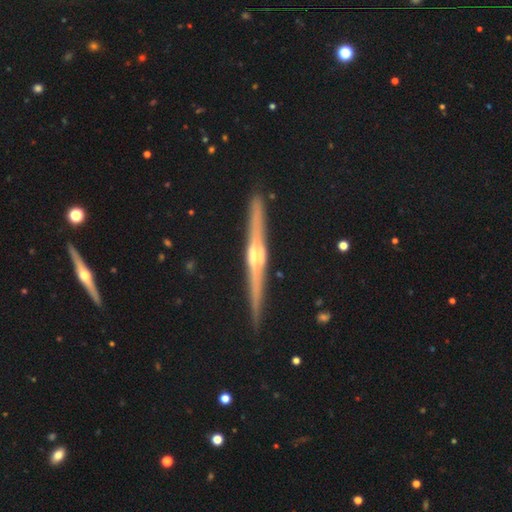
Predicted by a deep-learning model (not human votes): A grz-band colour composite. It shows a featured or disk galaxy (85%) viewed edge-on (98%) with a rounded central bulge (79%). Merging: none (90%).